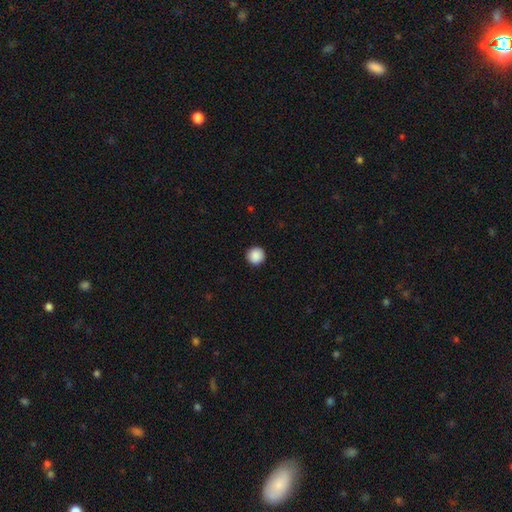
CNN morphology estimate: This is clearly a smooth galaxy (89%). How rounded: clearly round (96%). Merging: clearly none (92%).